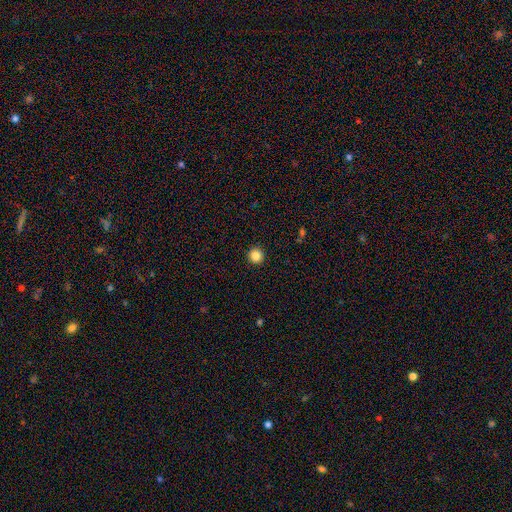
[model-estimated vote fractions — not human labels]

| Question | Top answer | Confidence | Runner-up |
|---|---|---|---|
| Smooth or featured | smooth | 86% | star or artifact (11%) |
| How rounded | round | 96% | in between (3%) |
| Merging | none | 93% | minor disturbance (4%) |